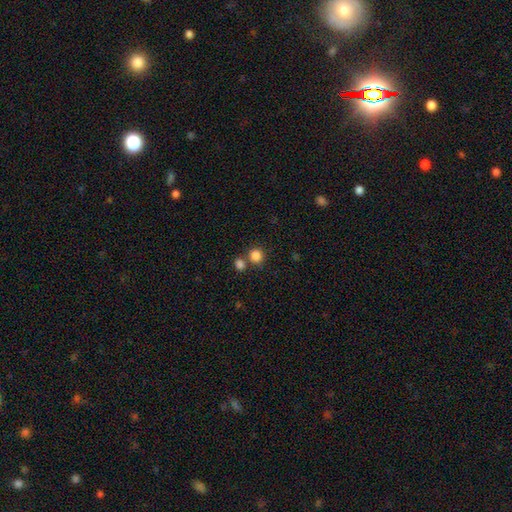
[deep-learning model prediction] Smooth or featured: smooth — 84% (star or artifact — 11%)
How rounded: round — 88% (in between — 12%)
Merging: none — 65% (merger — 24%)